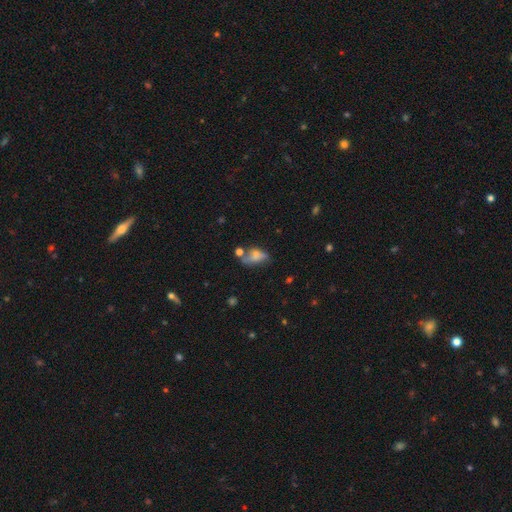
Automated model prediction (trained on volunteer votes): Morphology: type=smooth (60%); roundness=in between (84%); merging=none (33%).